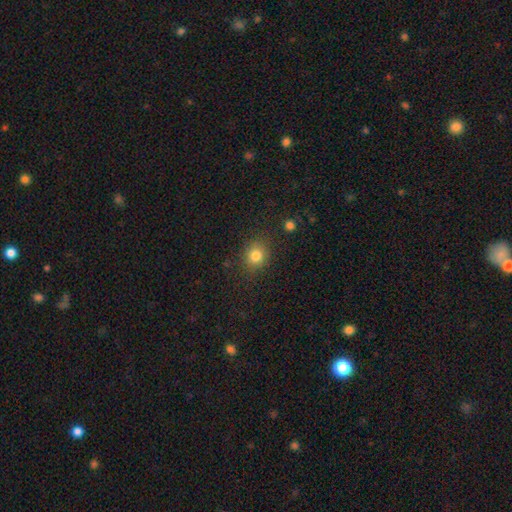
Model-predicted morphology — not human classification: Smooth or featured: smooth — 81% (star or artifact — 12%)
How rounded: round — 74% (in between — 25%)
Merging: none — 85% (minor disturbance — 10%)